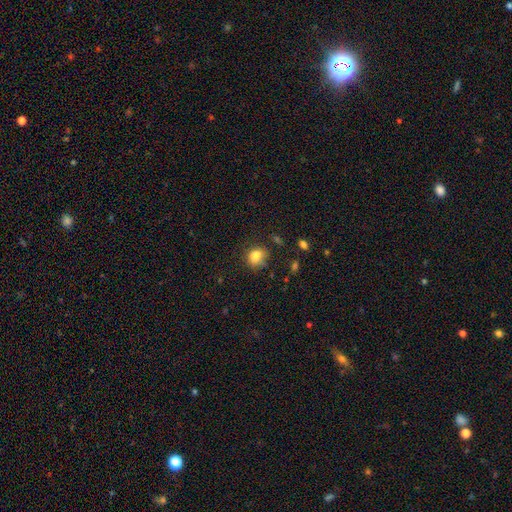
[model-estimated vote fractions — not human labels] Smooth or featured? smooth (82%)
How rounded? round (55%)
Merging? none (63%)